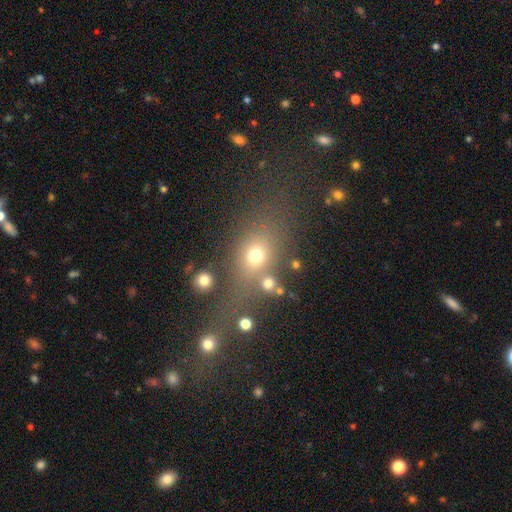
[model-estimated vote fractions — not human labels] Morphology: type=smooth (67%); roundness=in between (49%); merging=none (53%).